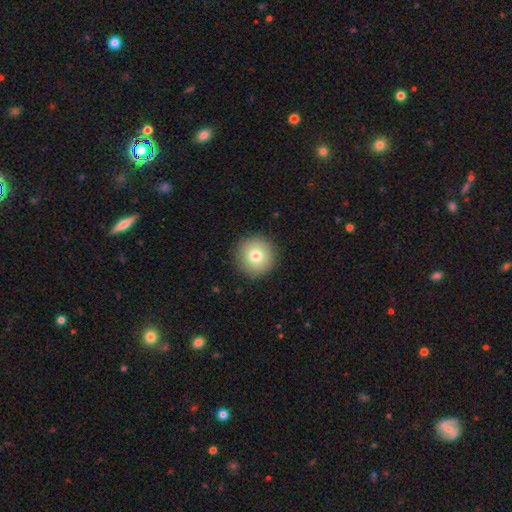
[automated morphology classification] Smooth or featured: smooth — 78% (featured or disk — 12%)
How rounded: round — 95% (in between — 4%)
Merging: none — 91% (minor disturbance — 6%)